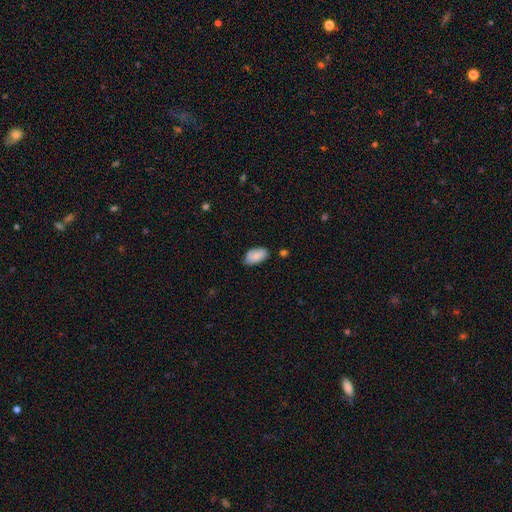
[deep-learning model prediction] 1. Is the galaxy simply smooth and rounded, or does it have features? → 84% smooth, 9% featured or disk, 7% star or artifact.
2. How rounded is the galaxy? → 94% in between, 4% round, 2% cigar-shaped.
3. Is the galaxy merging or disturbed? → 73% none, 21% minor disturbance, 3% major disturbance, 3% merger.